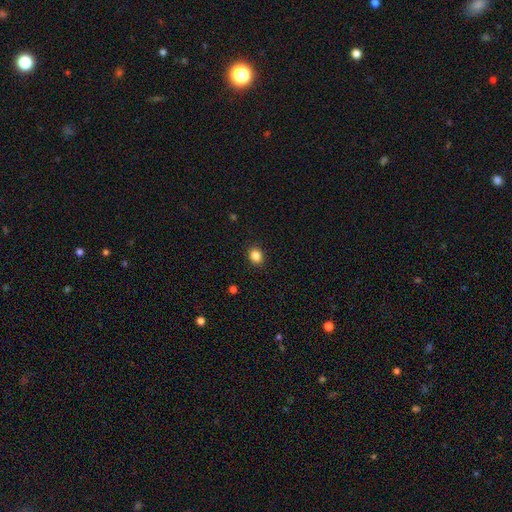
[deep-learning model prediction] Morphology: type=smooth (86%); roundness=round (54%); merging=none (90%).